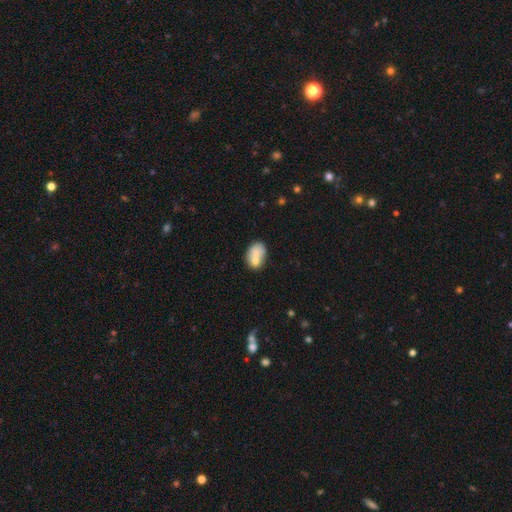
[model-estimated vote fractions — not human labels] This appears to be a smooth galaxy with no disk features (72%) that is in between round and cigar-shaped (76%). Merging: none (40%).